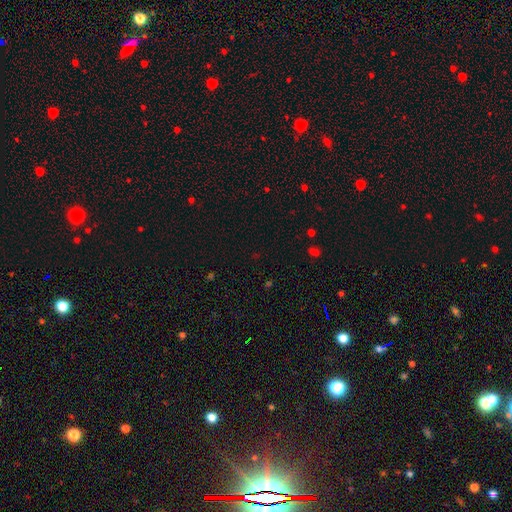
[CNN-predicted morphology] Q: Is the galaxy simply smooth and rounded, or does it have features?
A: star or artifact — 65%.